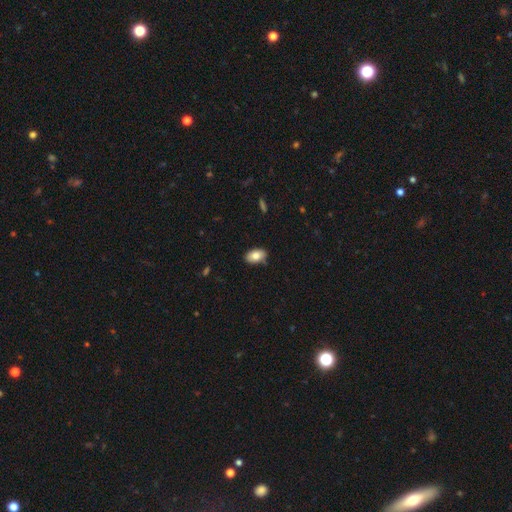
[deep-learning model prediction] A smooth galaxy with no disk features (80%) that is in between round and cigar-shaped (92%).

Vote fractions:
- Smooth or featured? smooth: 80% / featured or disk: 12% / star or artifact: 7%
- How rounded? in between: 92% / round: 6% / cigar-shaped: 2%
- Merging? none: 84% / minor disturbance: 12% / major disturbance: 2% / merger: 1%